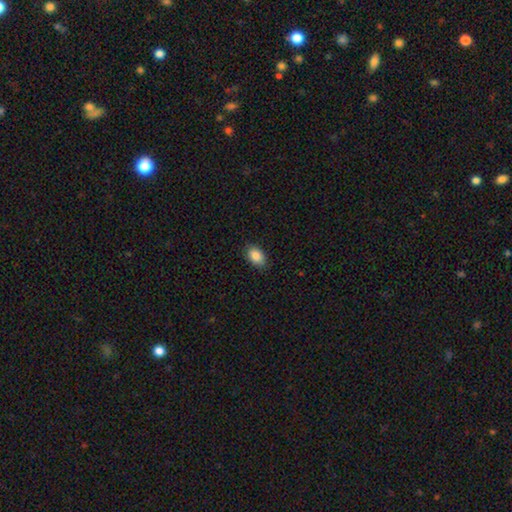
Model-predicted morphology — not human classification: Smooth or featured: smooth — 88% (star or artifact — 7%)
How rounded: in between — 88% (round — 11%)
Merging: none — 87% (minor disturbance — 10%)